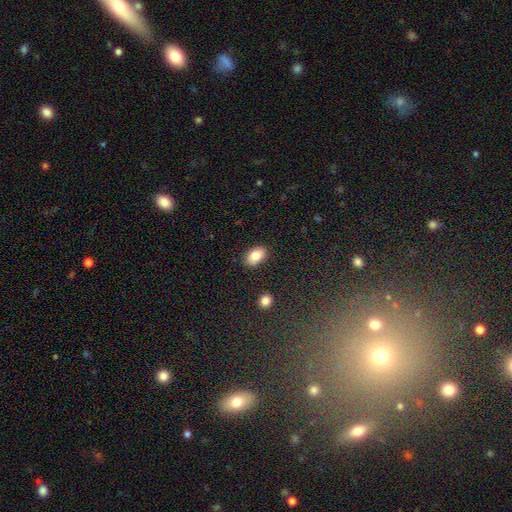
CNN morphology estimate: Smooth or featured: smooth — 82% (featured or disk — 10%)
How rounded: in between — 88% (round — 11%)
Merging: none — 86% (minor disturbance — 10%)